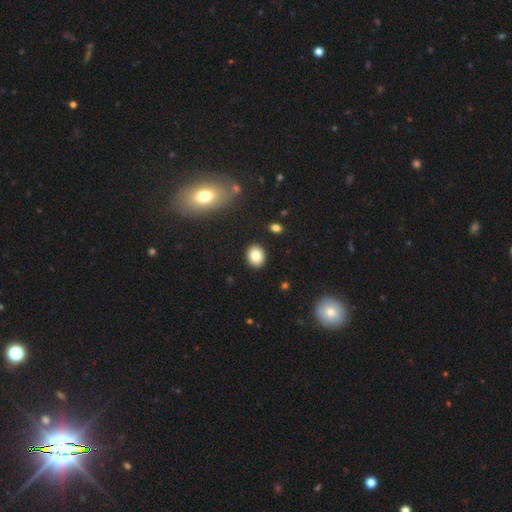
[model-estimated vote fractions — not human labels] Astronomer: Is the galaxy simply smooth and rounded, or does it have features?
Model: smooth — 83%.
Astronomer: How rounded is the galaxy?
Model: round — 55% (runner-up: in between, 44%).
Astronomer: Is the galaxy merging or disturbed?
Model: none — 90%.